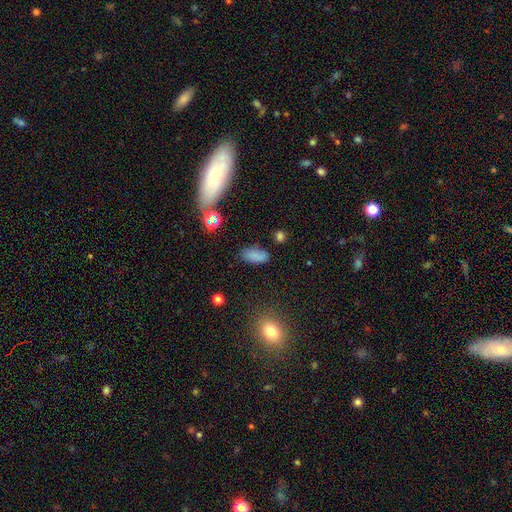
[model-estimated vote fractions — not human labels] This appears to be a smooth galaxy with no disk features (79%) that is in between round and cigar-shaped (89%). Merging: none (75%).